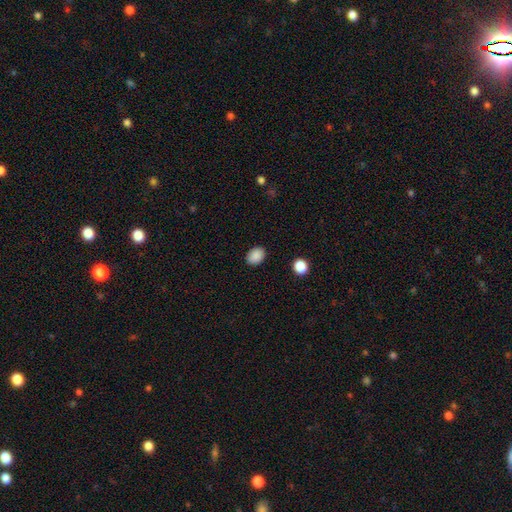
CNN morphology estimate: Q: Smooth or featured?
A: smooth (88%); runner-up: star or artifact (9%)
Q: How rounded?
A: in between (68%); runner-up: round (31%)
Q: Merging?
A: none (89%); runner-up: minor disturbance (8%)